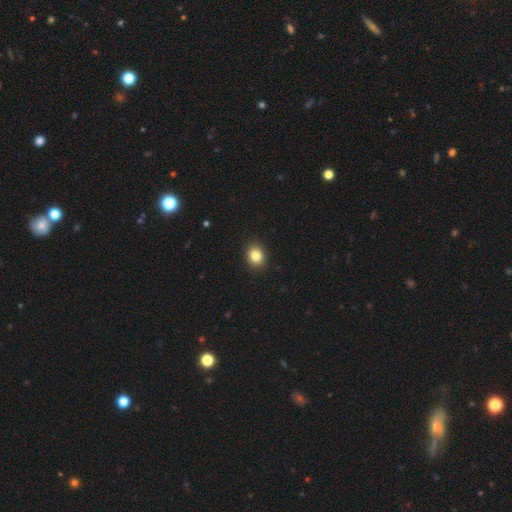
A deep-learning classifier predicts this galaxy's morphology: Q: Smooth or featured?
A: smooth (84%); runner-up: star or artifact (10%)
Q: How rounded?
A: round (58%); runner-up: in between (41%)
Q: Merging?
A: none (91%); runner-up: minor disturbance (6%)